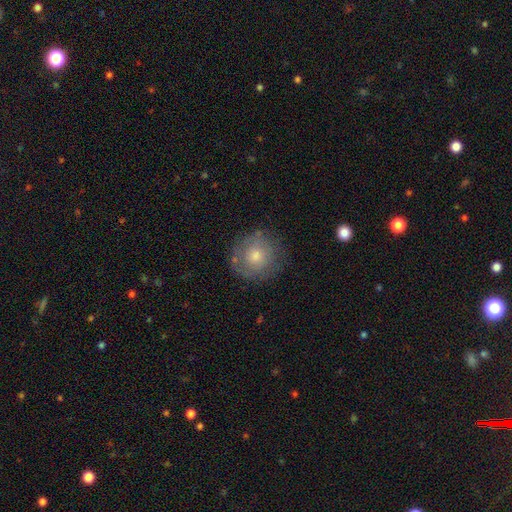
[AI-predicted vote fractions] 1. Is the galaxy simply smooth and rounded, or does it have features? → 55% smooth, 35% featured or disk, 10% star or artifact.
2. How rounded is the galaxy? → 91% round, 8% in between, 1% cigar-shaped.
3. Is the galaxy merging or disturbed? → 79% none, 15% minor disturbance, 5% major disturbance, 1% merger.